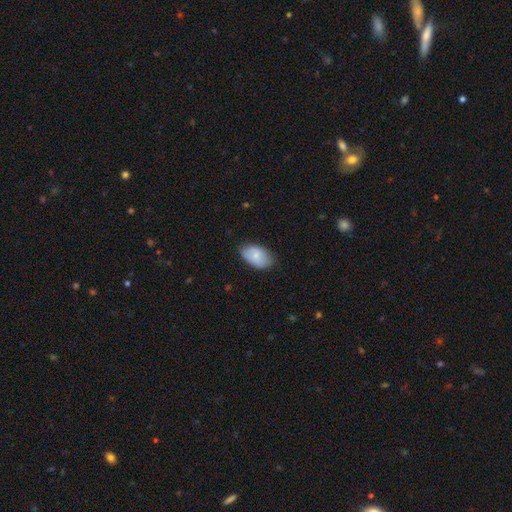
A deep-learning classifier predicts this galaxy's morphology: Q: Smooth or featured?
A: smooth (80%); runner-up: featured or disk (13%)
Q: How rounded?
A: in between (93%); runner-up: round (6%)
Q: Merging?
A: none (76%); runner-up: minor disturbance (20%)